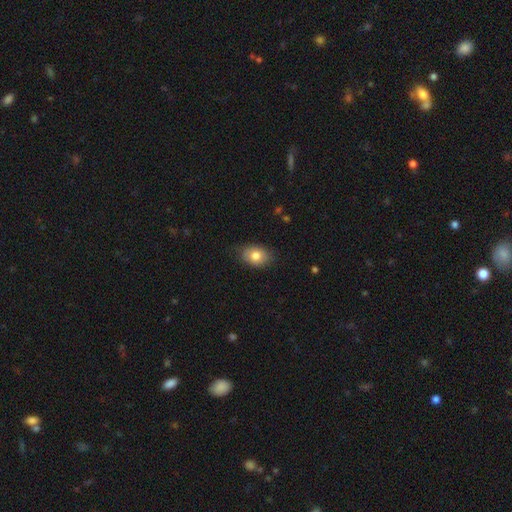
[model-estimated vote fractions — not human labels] Smooth or featured? Predicted: smooth (p=0.80). How rounded? Predicted: in between (p=0.77). Merging? Predicted: none (p=0.80).